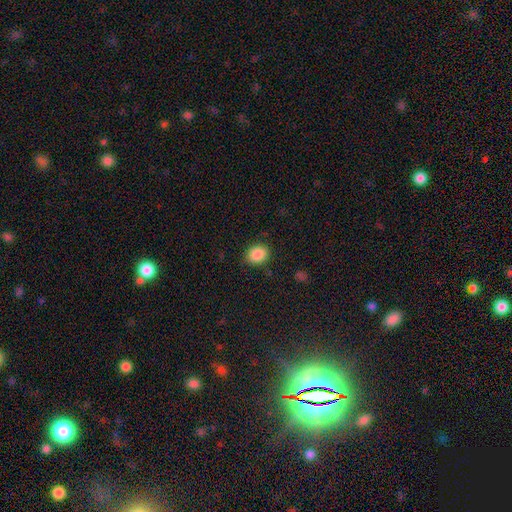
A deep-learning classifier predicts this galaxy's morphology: smooth-or-featured: smooth: 88% | star or artifact: 9% | featured or disk: 4%
  how-rounded: round: 56% | in between: 43% | cigar-shaped: 1%
  merging: none: 87% | minor disturbance: 9% | major disturbance: 3% | merger: 1%